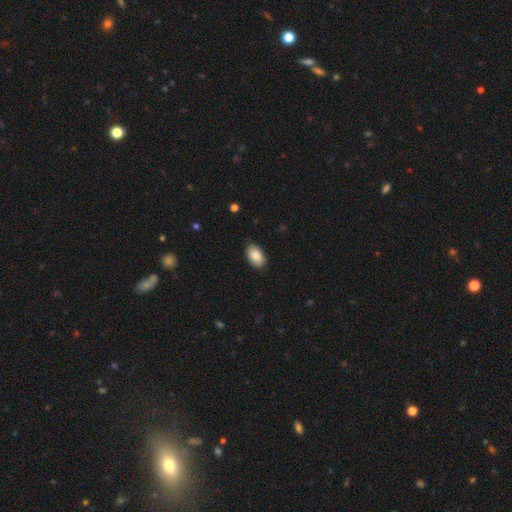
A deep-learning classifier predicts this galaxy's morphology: smooth-or-featured: smooth: 88% | star or artifact: 6% | featured or disk: 5%
  how-rounded: in between: 93% | round: 5% | cigar-shaped: 1%
  merging: none: 87% | minor disturbance: 10% | major disturbance: 2% | merger: 1%